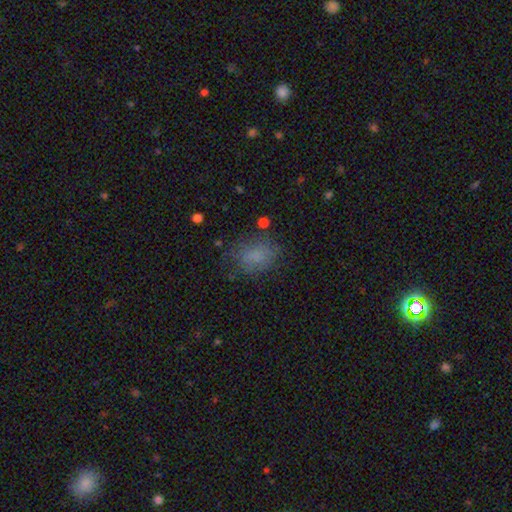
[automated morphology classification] The model was most divided on "how rounded": in between: 66%, round: 32%, cigar-shaped: 2%. More confident: smooth or featured — smooth (74%); merging — none (67%).